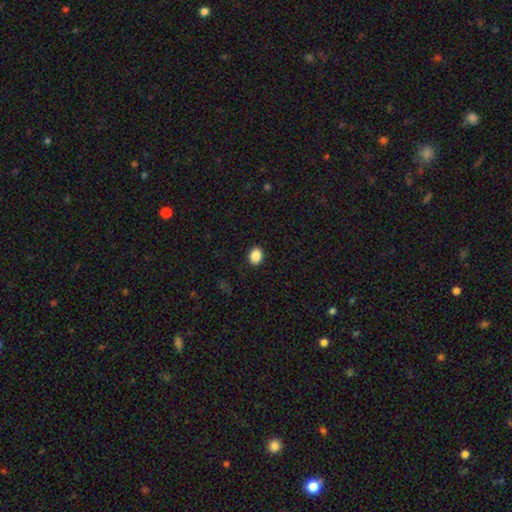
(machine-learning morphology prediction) type=smooth (88%); roundness=in between (51%); merging=none (91%).